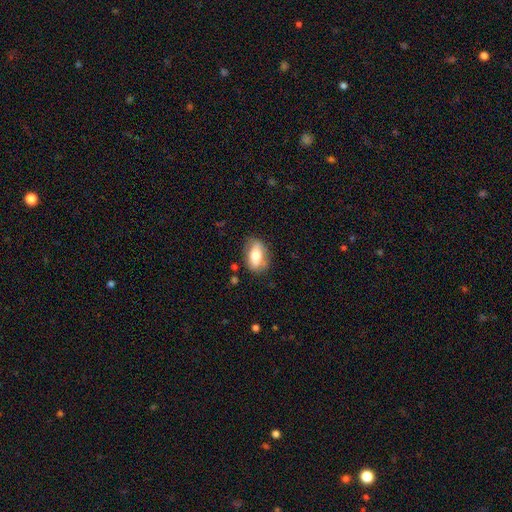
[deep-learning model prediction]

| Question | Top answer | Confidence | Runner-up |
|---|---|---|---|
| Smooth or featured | smooth | 64% | featured or disk (29%) |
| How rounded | in between | 84% | round (11%) |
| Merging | none | 77% | minor disturbance (16%) |